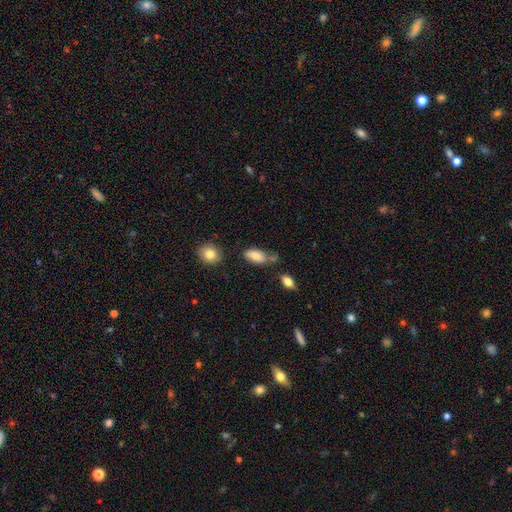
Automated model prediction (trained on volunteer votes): This is likely a smooth galaxy (77%). How rounded: clearly in between (90%). Merging: marginally none (41%).